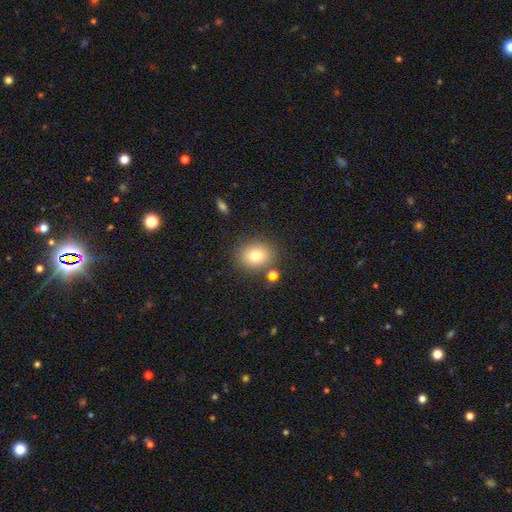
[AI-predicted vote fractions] This appears to be a smooth galaxy with no disk features (77%) that is round (69%). Merging: none (78%).